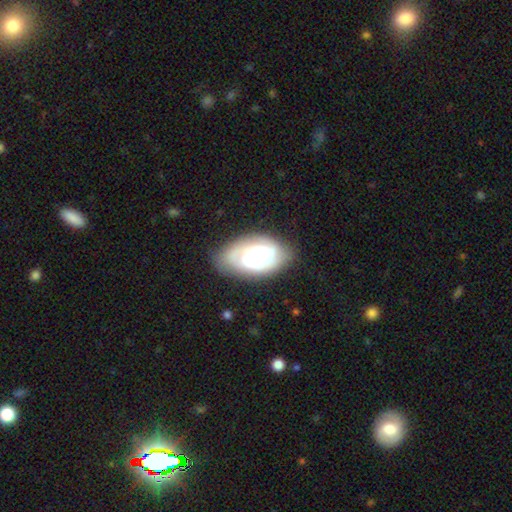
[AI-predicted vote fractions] Smooth or featured: featured or disk — 67% (smooth — 26%)
Edge-on disk: no — 95% (yes — 5%)
Bar: no — 51% (weak — 36%)
Spiral arms: yes — 87% (no — 13%)
Spiral winding: tight — 54% (medium — 35%)
Spiral arm count: 2 — 44% (can't tell — 28%)
Bulge size: moderate — 43% (small — 26%)
Merging: none — 72% (minor disturbance — 20%)